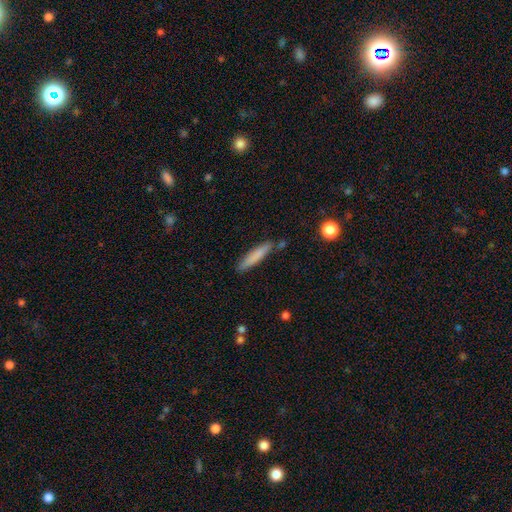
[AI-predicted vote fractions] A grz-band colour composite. It shows a smooth galaxy with no disk features (78%) that is cigar-shaped (90%). Merging: none (81%).